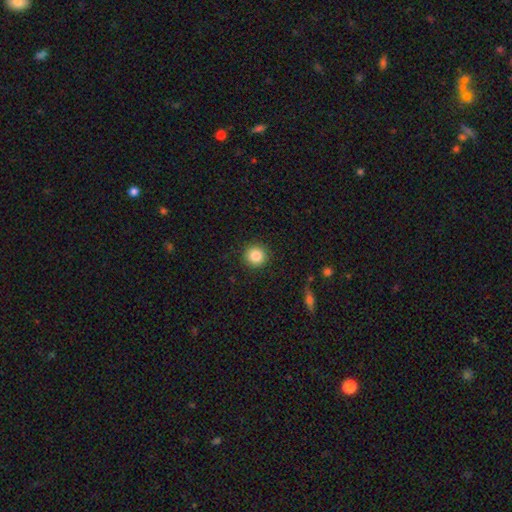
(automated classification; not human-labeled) Q: Smooth or featured?
A: smooth (85%); runner-up: star or artifact (10%)
Q: How rounded?
A: round (95%); runner-up: in between (4%)
Q: Merging?
A: none (91%); runner-up: minor disturbance (6%)